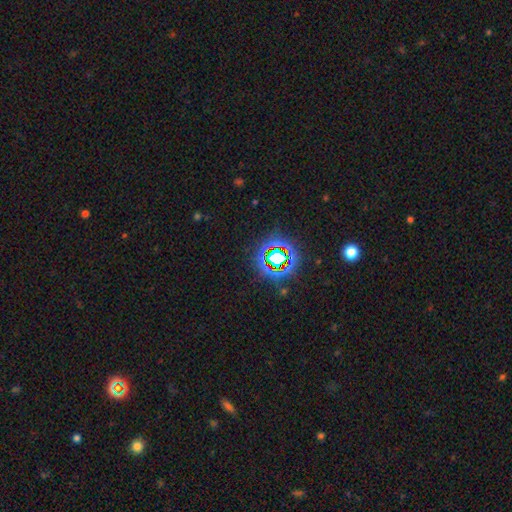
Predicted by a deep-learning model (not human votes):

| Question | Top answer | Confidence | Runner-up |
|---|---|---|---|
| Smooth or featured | star or artifact | 71% | smooth (19%) |